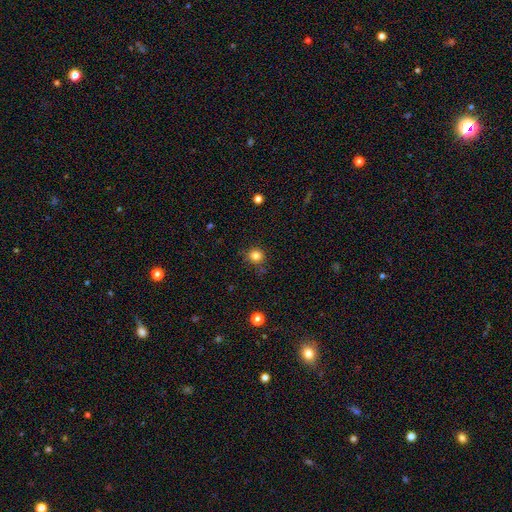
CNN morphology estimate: The model was most divided on "merging": none: 80%, minor disturbance: 14%, major disturbance: 4%, merger: 2%. More confident: how rounded — round (88%); smooth or featured — smooth (83%).